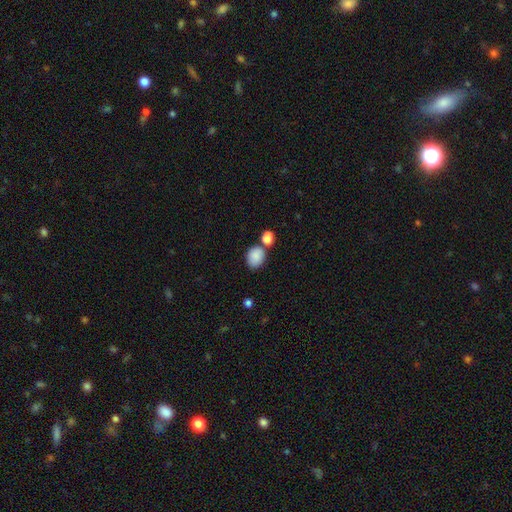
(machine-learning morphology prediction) smooth_or_featured: smooth (p=0.86) [alt: star or artifact p=0.08]
how_rounded: in between (p=0.63) [alt: round p=0.35]
merging: none (p=0.56) [alt: merger p=0.25]